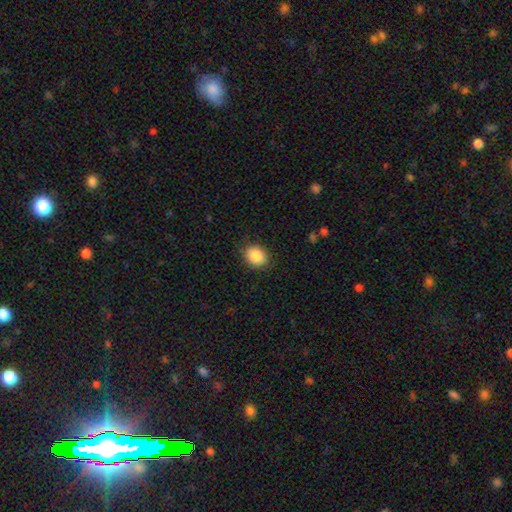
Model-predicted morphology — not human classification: A smooth galaxy with no disk features (88%) that is in between round and cigar-shaped (50%).

Vote fractions:
- Smooth or featured? smooth: 88% / star or artifact: 8% / featured or disk: 4%
- How rounded? in between: 50% / round: 49% / cigar-shaped: 1%
- Merging? none: 87% / minor disturbance: 9% / major disturbance: 3% / merger: 1%